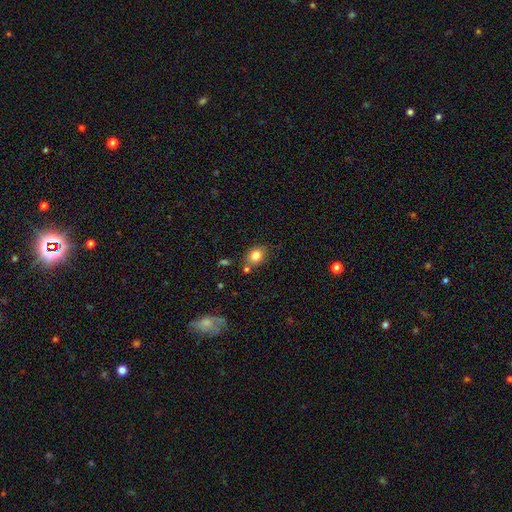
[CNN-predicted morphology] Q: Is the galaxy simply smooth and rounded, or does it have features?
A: smooth — 81%.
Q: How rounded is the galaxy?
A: in between — 50%.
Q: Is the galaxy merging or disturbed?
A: none — 72%.